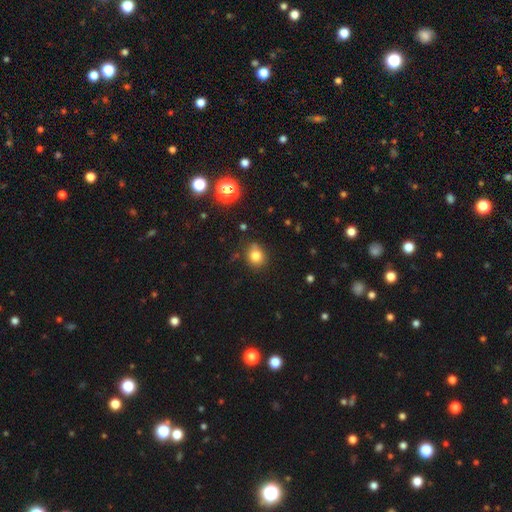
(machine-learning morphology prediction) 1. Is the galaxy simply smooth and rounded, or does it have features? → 80% smooth, 13% star or artifact, 7% featured or disk.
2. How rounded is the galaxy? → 74% round, 25% in between, 1% cigar-shaped.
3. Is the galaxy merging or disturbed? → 76% none, 17% minor disturbance, 4% major disturbance, 3% merger.